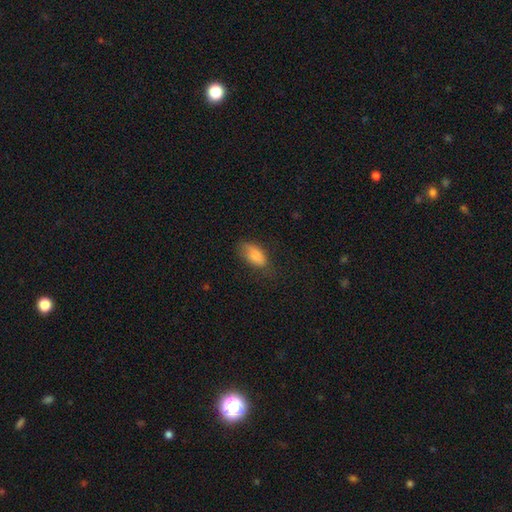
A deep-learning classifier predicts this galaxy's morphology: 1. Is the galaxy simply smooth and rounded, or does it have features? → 84% smooth, 8% featured or disk, 8% star or artifact.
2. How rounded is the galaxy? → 90% in between, 6% cigar-shaped, 4% round.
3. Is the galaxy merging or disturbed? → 56% none, 30% minor disturbance, 12% major disturbance, 2% merger.